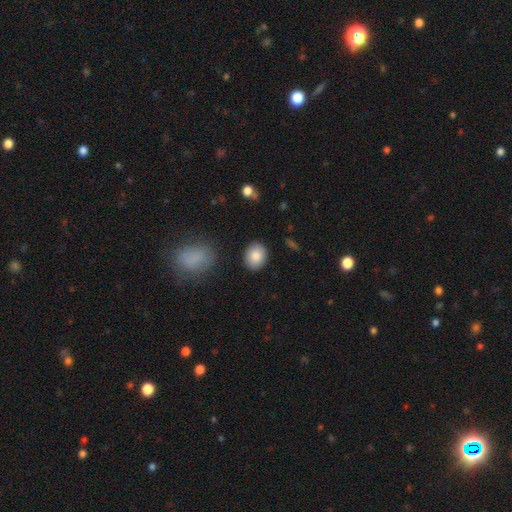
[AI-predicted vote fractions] Q: Smooth or featured?
A: smooth (87%); runner-up: star or artifact (7%)
Q: How rounded?
A: in between (52%); runner-up: round (47%)
Q: Merging?
A: none (88%); runner-up: minor disturbance (8%)